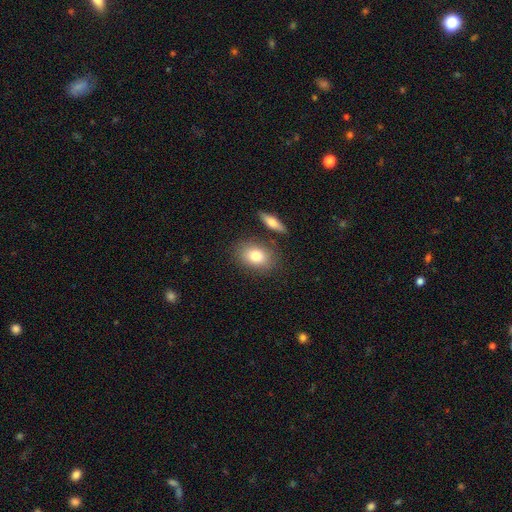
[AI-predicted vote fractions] This is likely a smooth galaxy (79%). How rounded: likely in between (73%). Merging: likely none (77%).